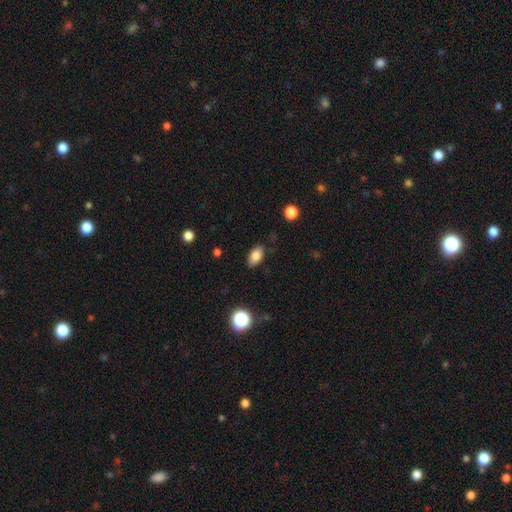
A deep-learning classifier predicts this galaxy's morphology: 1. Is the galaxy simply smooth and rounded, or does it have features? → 84% smooth, 9% star or artifact, 7% featured or disk.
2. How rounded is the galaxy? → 90% in between, 7% round, 3% cigar-shaped.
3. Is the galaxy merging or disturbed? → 83% none, 13% minor disturbance, 3% major disturbance, 1% merger.